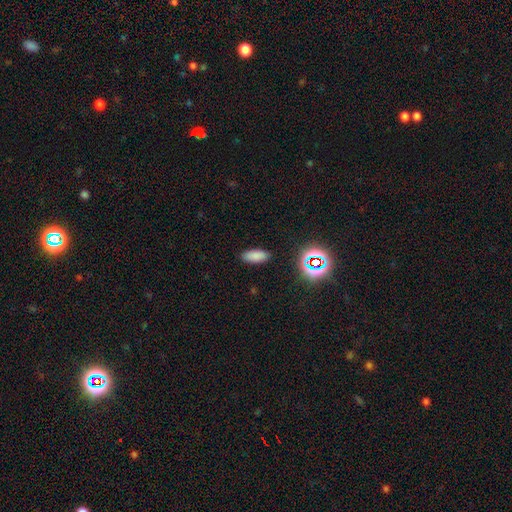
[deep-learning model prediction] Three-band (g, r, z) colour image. It shows a smooth galaxy with no disk features (79%) that is in between round and cigar-shaped (79%). Merging: none (88%).